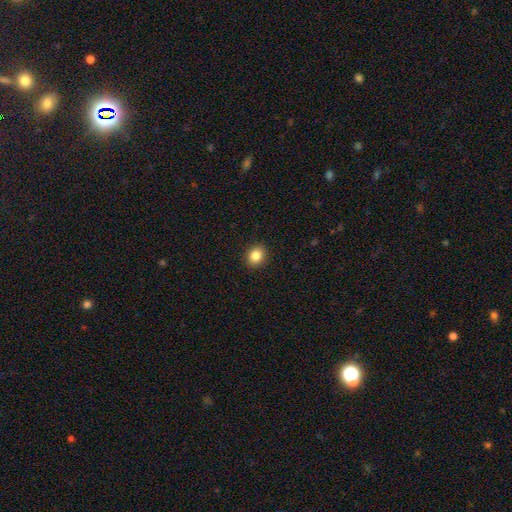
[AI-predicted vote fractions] Smooth or featured?
  - smooth: 85% *
  - star or artifact: 10%
  - featured or disk: 5%
How rounded?
  - round: 60% *
  - in between: 39%
  - cigar-shaped: 1%
Merging?
  - none: 91% *
  - minor disturbance: 6%
  - major disturbance: 2%
  - merger: 1%